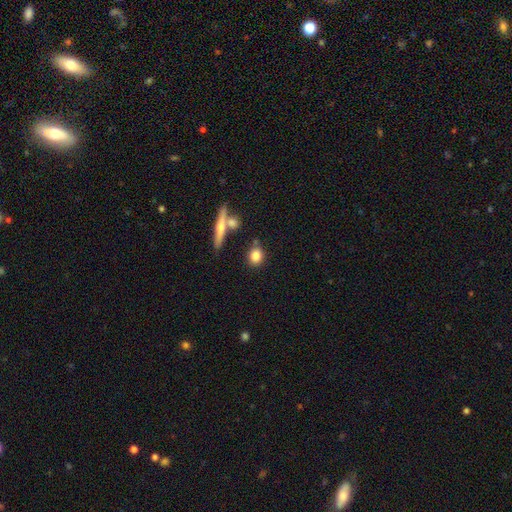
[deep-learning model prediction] smooth_or_featured: smooth (p=0.80) [alt: featured or disk p=0.11]
how_rounded: round (p=0.60) [alt: in between p=0.33]
merging: none (p=0.72) [alt: minor disturbance p=0.13]